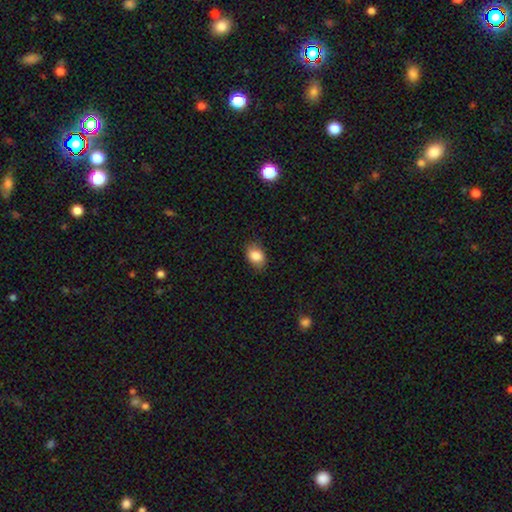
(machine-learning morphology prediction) Smooth or featured?
  - smooth: 85% *
  - star or artifact: 8%
  - featured or disk: 7%
How rounded?
  - in between: 77% *
  - round: 22%
  - cigar-shaped: 1%
Merging?
  - none: 82% *
  - minor disturbance: 14%
  - major disturbance: 3%
  - merger: 1%